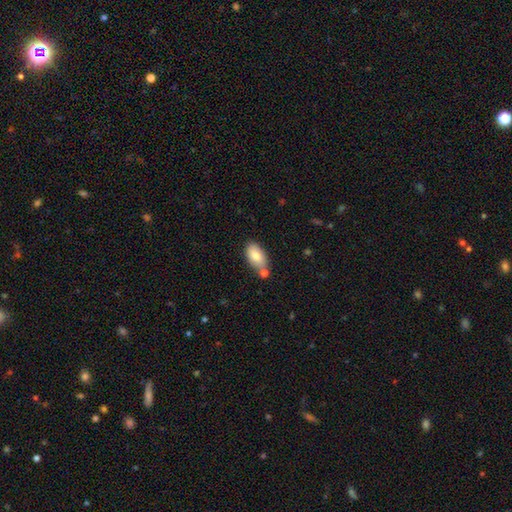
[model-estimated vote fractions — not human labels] A smooth galaxy with no disk features (79%) that is in between round and cigar-shaped (93%). Merging: none (68%).